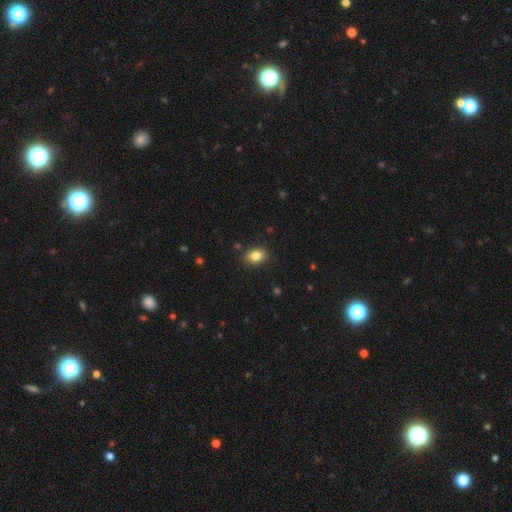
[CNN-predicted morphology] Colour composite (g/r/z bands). It shows a smooth galaxy with no disk features (84%) that is in between round and cigar-shaped (68%). Merging: none (88%).